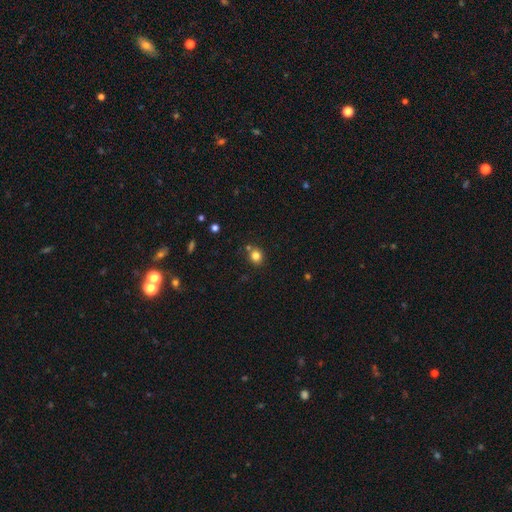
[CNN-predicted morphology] Smooth or featured? Predicted: smooth (p=0.81). How rounded? Predicted: round (p=0.78). Merging? Predicted: none (p=0.75).